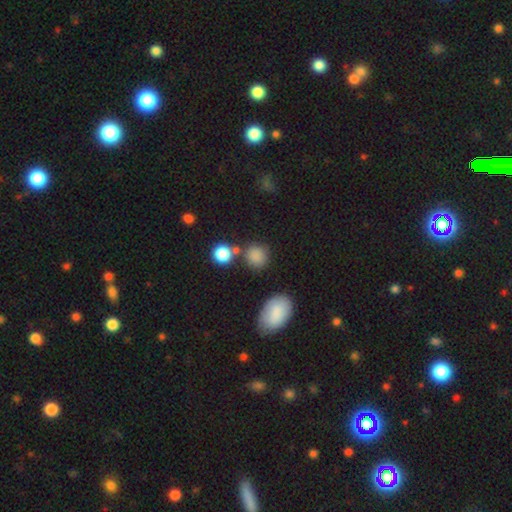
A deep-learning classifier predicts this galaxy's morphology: Smooth or featured? Predicted: smooth (p=0.83). How rounded? Predicted: round (p=0.81). Merging? Predicted: none (p=0.71).